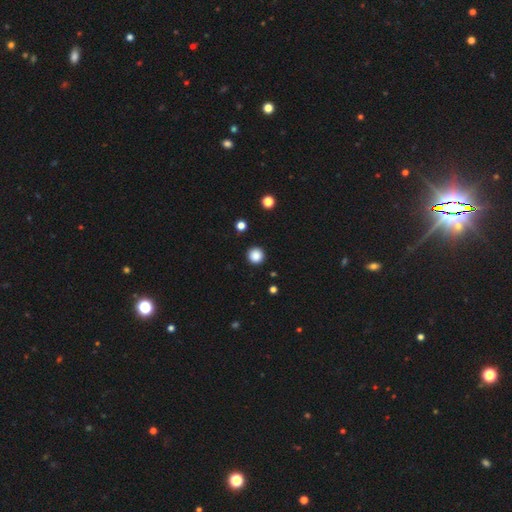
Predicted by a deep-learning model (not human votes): Q: Smooth or featured?
A: smooth (87%); runner-up: star or artifact (10%)
Q: How rounded?
A: round (96%); runner-up: in between (3%)
Q: Merging?
A: none (93%); runner-up: minor disturbance (5%)